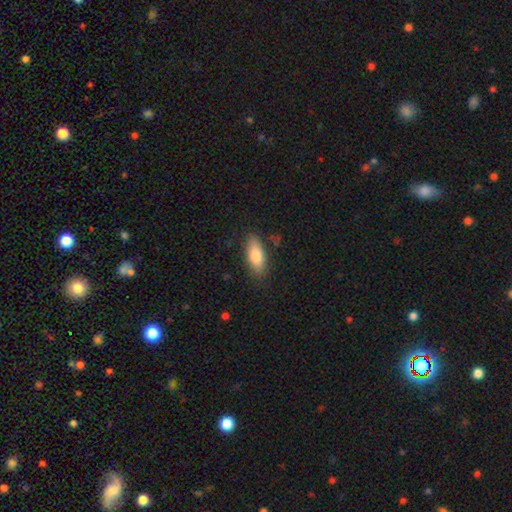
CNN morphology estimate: smooth_or_featured: smooth (p=0.80) [alt: featured or disk p=0.13]
how_rounded: in between (p=0.77) [alt: cigar-shaped p=0.21]
merging: none (p=0.82) [alt: minor disturbance p=0.13]